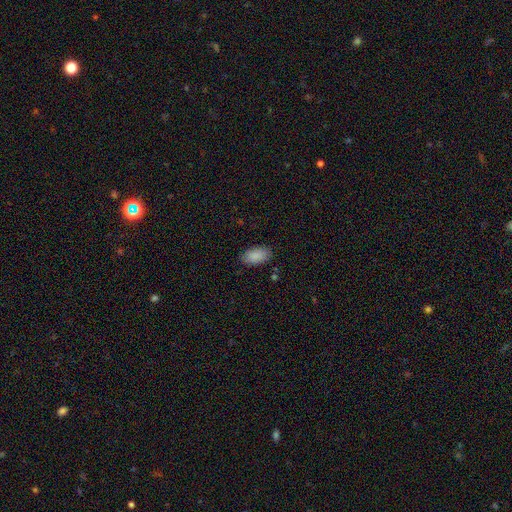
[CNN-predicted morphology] A smooth galaxy with no disk features (89%) that is in between round and cigar-shaped (94%).

Vote fractions:
- Smooth or featured? smooth: 89% / star or artifact: 7% / featured or disk: 4%
- How rounded? in between: 94% / round: 4% / cigar-shaped: 3%
- Merging? none: 84% / minor disturbance: 12% / major disturbance: 3% / merger: 1%